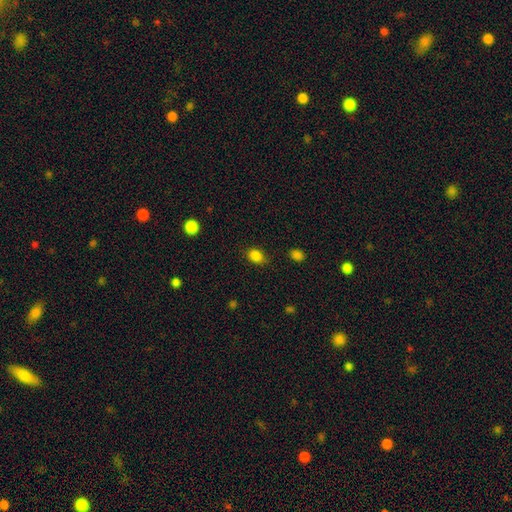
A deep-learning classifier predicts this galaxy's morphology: Overall: smooth (85%). How rounded: in between (66%; round 33%). Merging: none (79%).